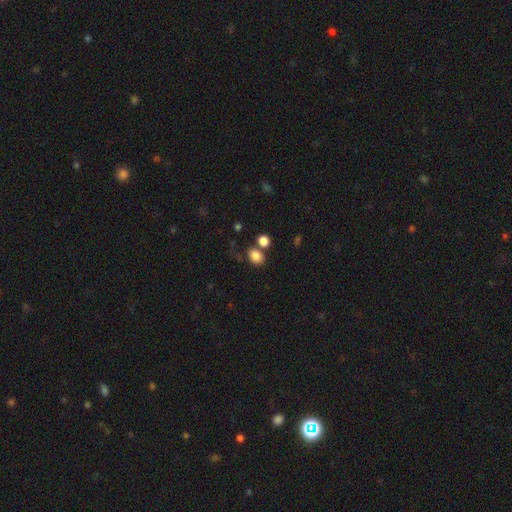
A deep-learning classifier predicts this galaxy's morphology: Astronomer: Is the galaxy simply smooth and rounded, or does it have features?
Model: smooth — 84%.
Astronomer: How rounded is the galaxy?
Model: in between — 60% (runner-up: round, 39%).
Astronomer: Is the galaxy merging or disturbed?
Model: none — 60%.